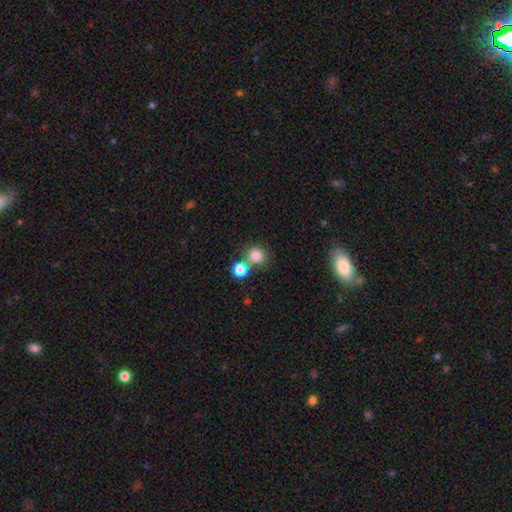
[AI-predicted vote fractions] Smooth or featured?
  - smooth: 81% *
  - star or artifact: 13%
  - featured or disk: 7%
How rounded?
  - round: 82% *
  - in between: 17%
  - cigar-shaped: 1%
Merging?
  - none: 58% *
  - merger: 29%
  - minor disturbance: 9%
  - major disturbance: 4%